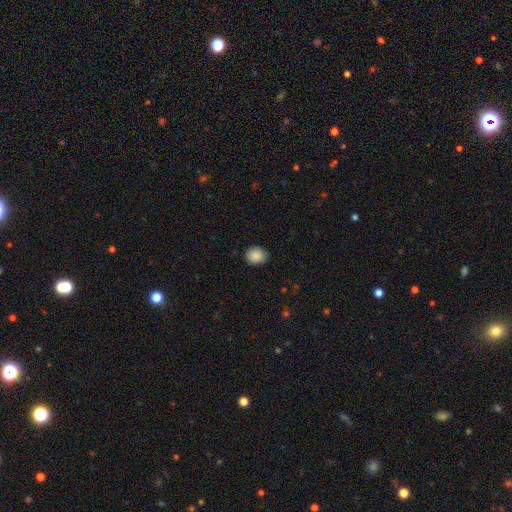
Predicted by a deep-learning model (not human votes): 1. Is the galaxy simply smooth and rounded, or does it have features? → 89% smooth, 8% star or artifact, 3% featured or disk.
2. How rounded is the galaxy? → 62% round, 38% in between, 1% cigar-shaped.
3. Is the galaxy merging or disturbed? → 83% none, 13% minor disturbance, 2% major disturbance, 1% merger.